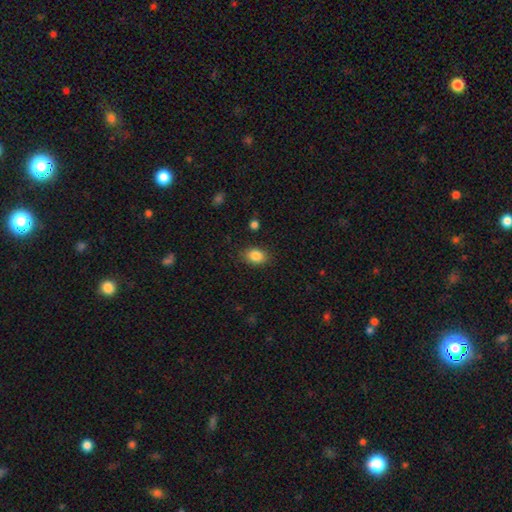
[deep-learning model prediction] Smooth or featured? smooth (85%)
How rounded? in between (72%)
Merging? none (84%)